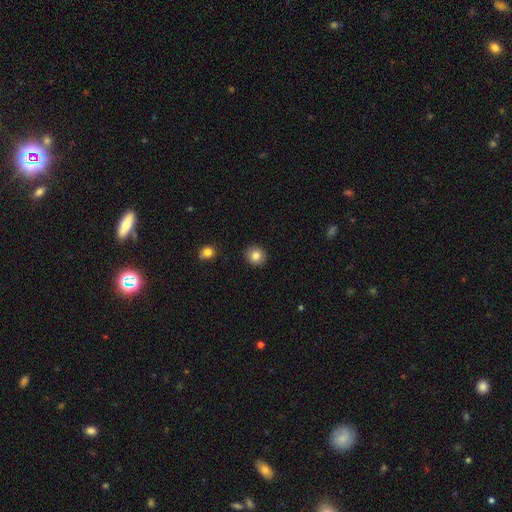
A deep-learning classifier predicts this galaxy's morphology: Overall: smooth (84%). How rounded: round (88%). Merging: none (92%).